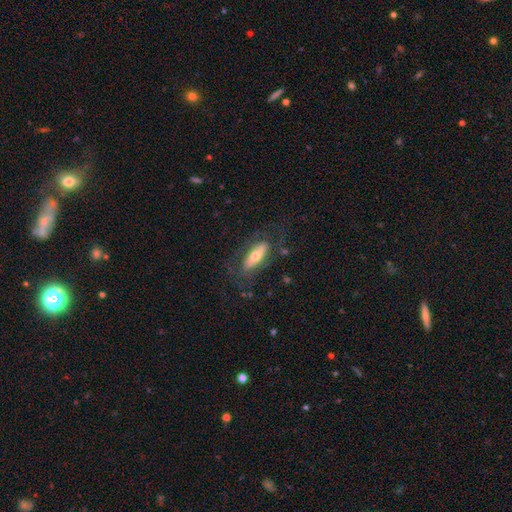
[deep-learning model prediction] featured or disk 48%, smooth 45%, star or artifact 7%. Down the decision tree: merging — none (66%).